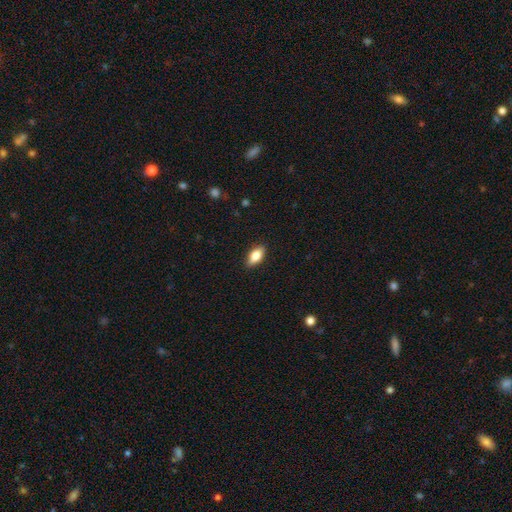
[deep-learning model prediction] Q: Smooth or featured?
A: smooth (77%); runner-up: featured or disk (16%)
Q: How rounded?
A: in between (86%); runner-up: cigar-shaped (10%)
Q: Merging?
A: none (87%); runner-up: minor disturbance (10%)